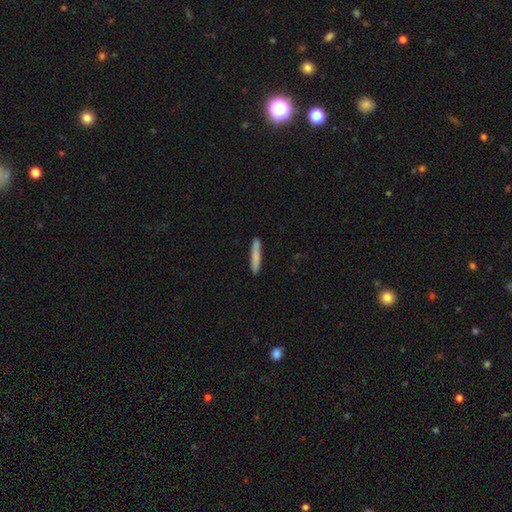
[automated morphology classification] A smooth galaxy with no disk features (81%) that is cigar-shaped (94%).

Vote fractions:
- Smooth or featured? smooth: 81% / featured or disk: 14% / star or artifact: 6%
- How rounded? cigar-shaped: 94% / in between: 5% / round: 1%
- Merging? none: 89% / minor disturbance: 8% / major disturbance: 2% / merger: 1%